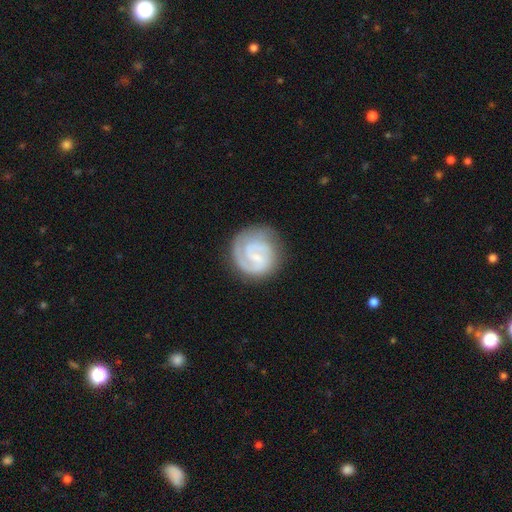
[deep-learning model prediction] Q: Smooth or featured?
A: featured or disk (79%); runner-up: smooth (16%)
Q: Edge-on disk?
A: no (98%); runner-up: yes (2%)
Q: Bar?
A: weak (52%); runner-up: no (33%)
Q: Spiral arms?
A: yes (95%); runner-up: no (5%)
Q: Spiral winding?
A: tight (55%); runner-up: medium (35%)
Q: Spiral arm count?
A: 2 (56%); runner-up: 1 (25%)
Q: Bulge size?
A: small (49%); runner-up: none (35%)
Q: Merging?
A: none (74%); runner-up: minor disturbance (16%)